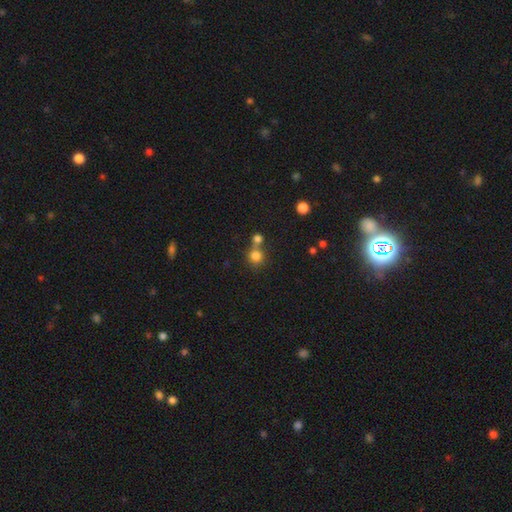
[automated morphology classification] This appears to be a smooth galaxy with no disk features (79%) that is round (88%). Merging: none (51%).